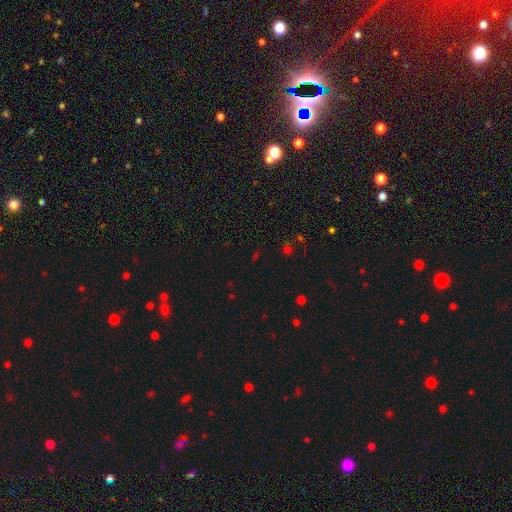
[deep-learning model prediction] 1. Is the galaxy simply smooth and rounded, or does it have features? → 61% star or artifact, 31% smooth, 8% featured or disk.